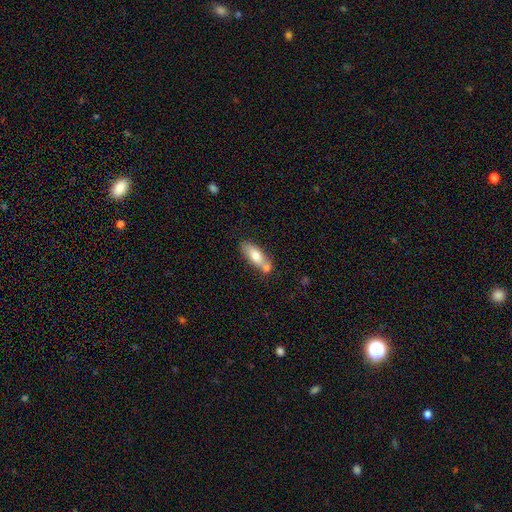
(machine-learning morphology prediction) smooth_or_featured: smooth (p=0.73) [alt: featured or disk p=0.21]
how_rounded: in between (p=0.70) [alt: cigar-shaped p=0.27]
merging: none (p=0.45) [alt: merger p=0.36]